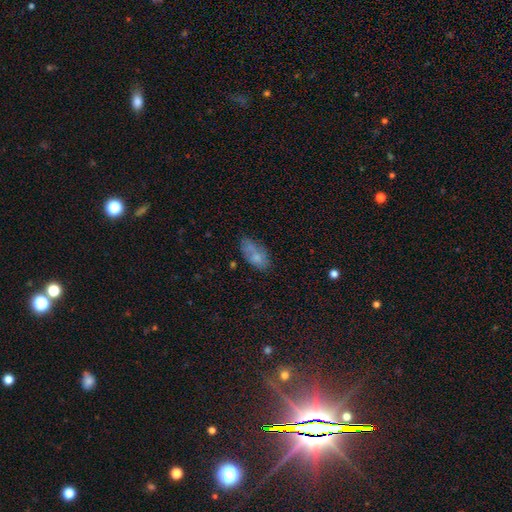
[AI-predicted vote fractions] Morphology: type=smooth (70%); roundness=in between (88%); merging=none (52%).